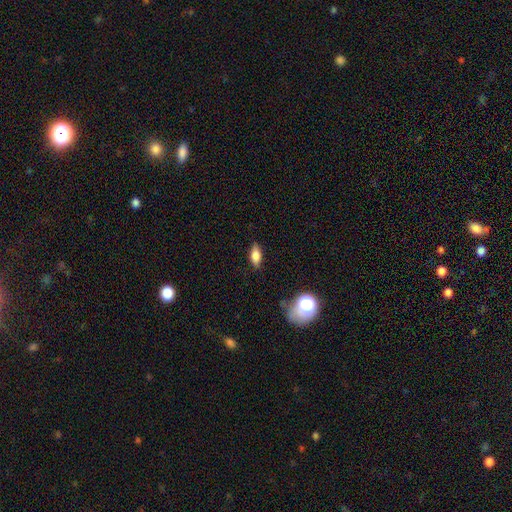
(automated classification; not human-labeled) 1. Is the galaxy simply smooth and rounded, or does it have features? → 74% smooth, 17% featured or disk, 9% star or artifact.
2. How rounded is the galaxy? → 79% in between, 16% cigar-shaped, 5% round.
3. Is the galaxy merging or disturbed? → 83% none, 12% minor disturbance, 3% major disturbance, 1% merger.